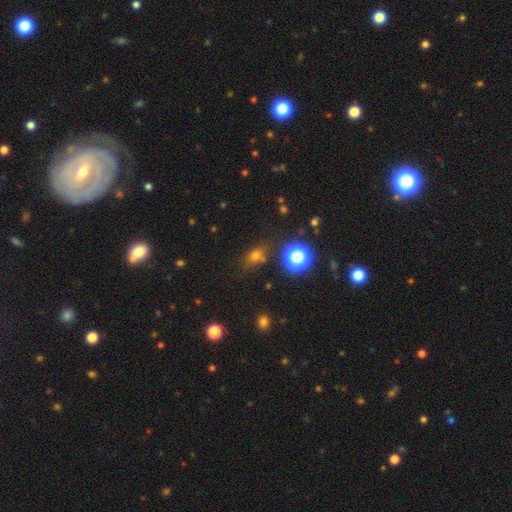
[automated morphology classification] This is likely a smooth galaxy (62%). How rounded: possibly in between (55%). Merging: likely none (70%).